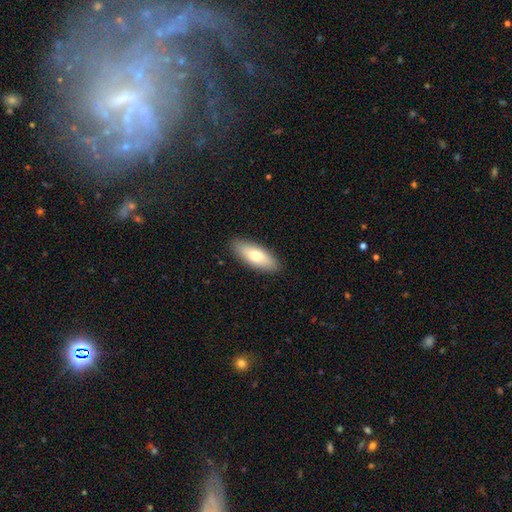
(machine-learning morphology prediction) Smooth or featured? smooth (73%)
How rounded? in between (67%)
Merging? none (89%)